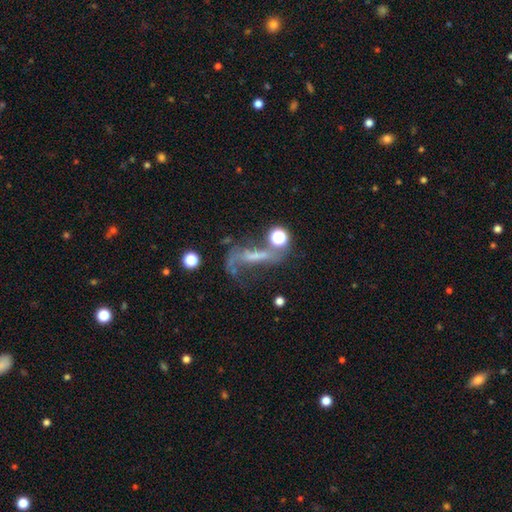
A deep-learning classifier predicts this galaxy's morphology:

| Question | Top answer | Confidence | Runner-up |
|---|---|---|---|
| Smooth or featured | featured or disk | 55% | smooth (25%) |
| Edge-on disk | no | 81% | yes (19%) |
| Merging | major disturbance | 38% | none (29%) |